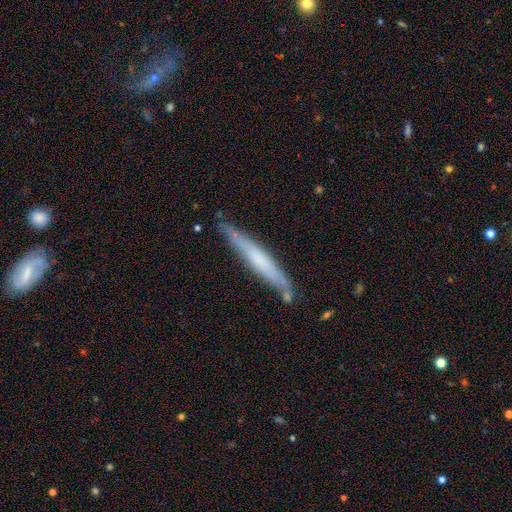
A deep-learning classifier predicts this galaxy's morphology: featured or disk 49%, smooth 44%, star or artifact 7%. Down the decision tree: merging — none (82%).